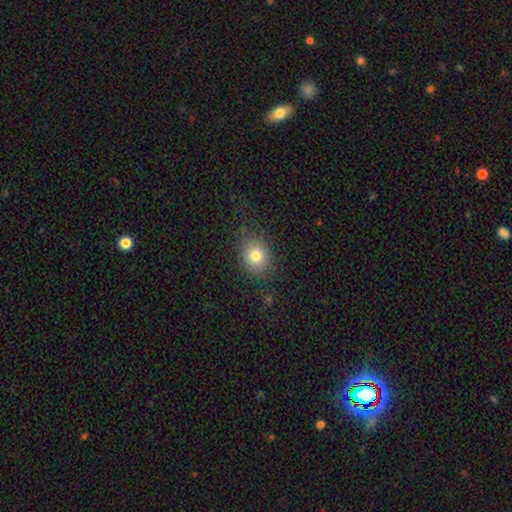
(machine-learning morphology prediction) type=smooth (78%); roundness=round (63%); merging=none (80%).